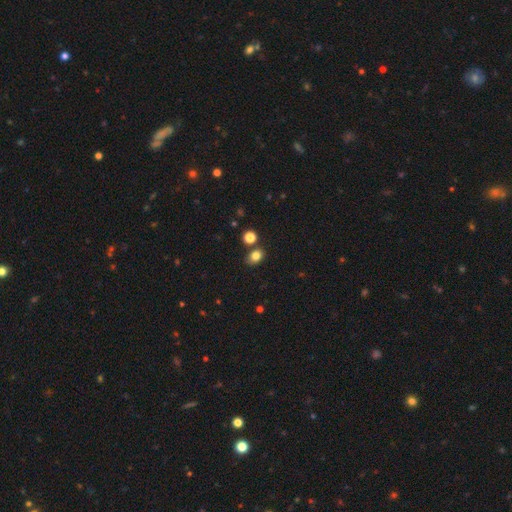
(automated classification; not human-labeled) Smooth or featured? Predicted: smooth (p=0.81). How rounded? Predicted: in between (p=0.54). Merging? Predicted: none (p=0.74).